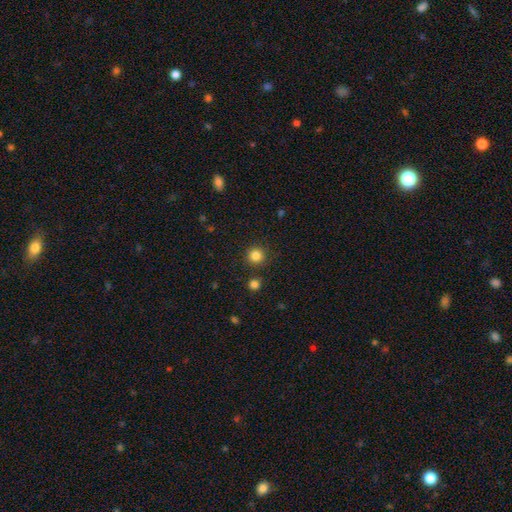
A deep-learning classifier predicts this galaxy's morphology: type=smooth (84%); roundness=round (94%); merging=none (89%).